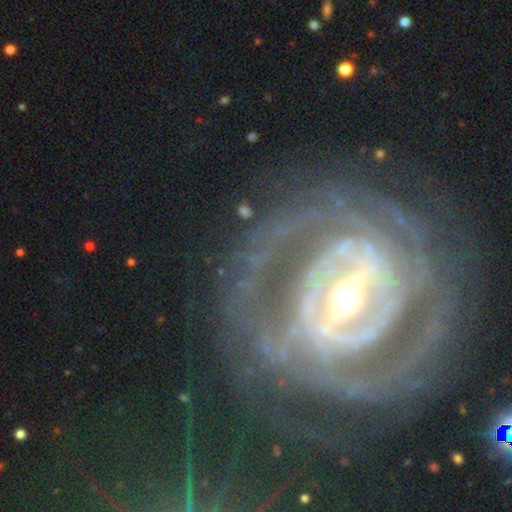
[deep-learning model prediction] Smooth or featured: featured or disk — 89% (star or artifact — 7%)
Edge-on disk: no — 95% (yes — 5%)
Bar: strong — 70% (weak — 21%)
Spiral arms: yes — 94% (no — 6%)
Spiral winding: tight — 68% (medium — 25%)
Spiral arm count: can't tell — 27% (2 — 24%)
Bulge size: moderate — 56% (small — 35%)
Merging: none — 74% (minor disturbance — 12%)